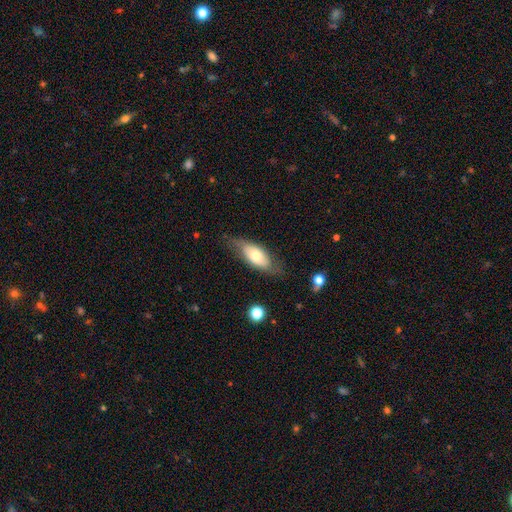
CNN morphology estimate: Smooth or featured? Predicted: smooth (p=0.60). How rounded? Predicted: in between (p=0.83). Merging? Predicted: none (p=0.69).